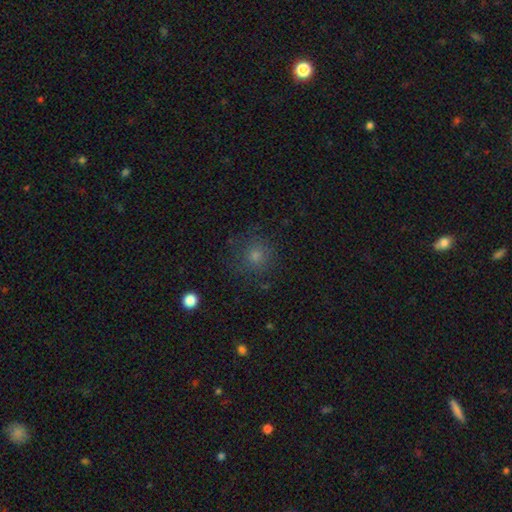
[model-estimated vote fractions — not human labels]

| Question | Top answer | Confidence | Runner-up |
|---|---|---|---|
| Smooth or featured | smooth | 75% | star or artifact (16%) |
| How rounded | round | 91% | in between (8%) |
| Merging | none | 80% | minor disturbance (12%) |